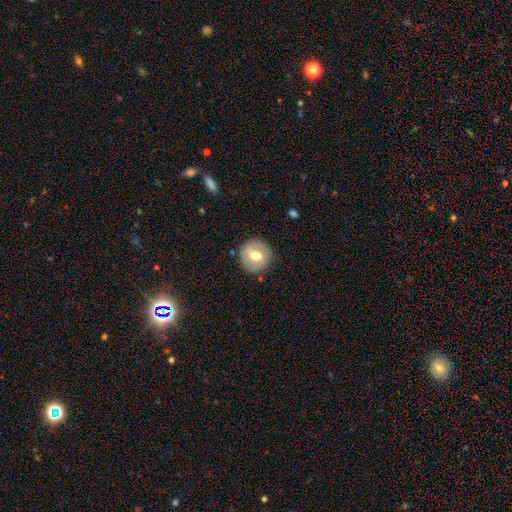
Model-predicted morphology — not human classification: Overall: smooth (50%; featured or disk 43%). How rounded: round (90%). Merging: none (84%).